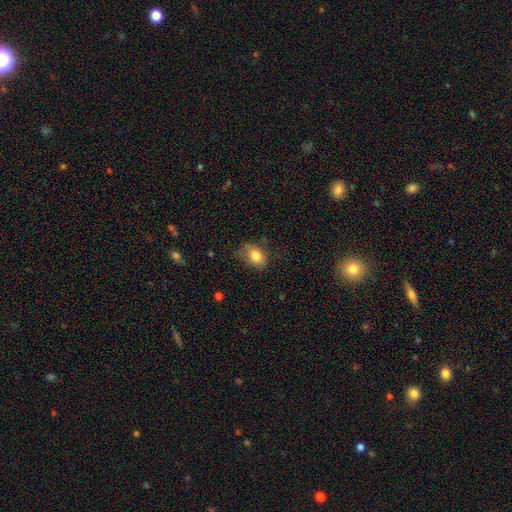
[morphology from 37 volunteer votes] smooth 92%, star or artifact 5%, featured or disk 3%. Down the decision tree: how rounded — in between (79%); merging — none (71%).